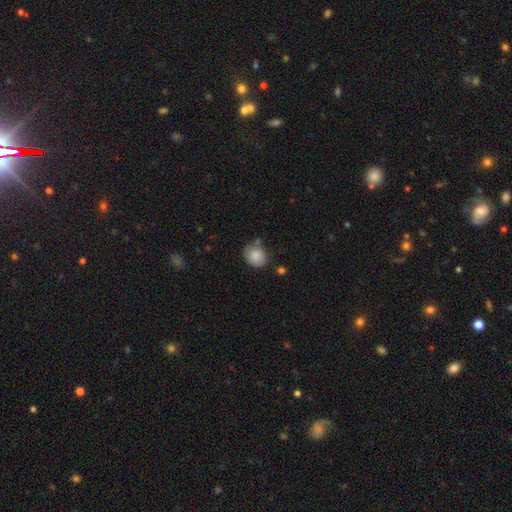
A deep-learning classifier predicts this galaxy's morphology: type=smooth (84%); roundness=round (63%); merging=none (67%).